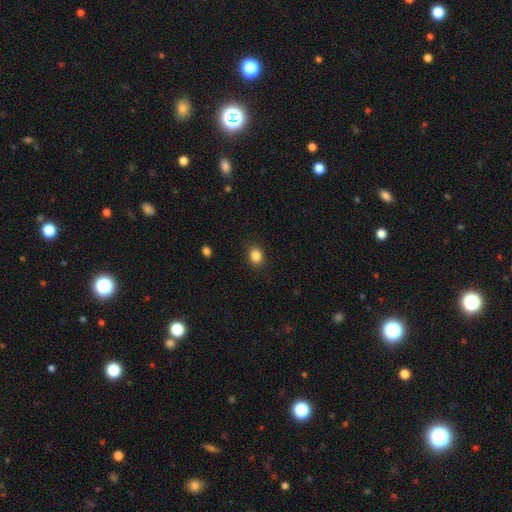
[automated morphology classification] This appears to be a smooth galaxy with no disk features (86%) that is round (52%). Merging: none (87%).